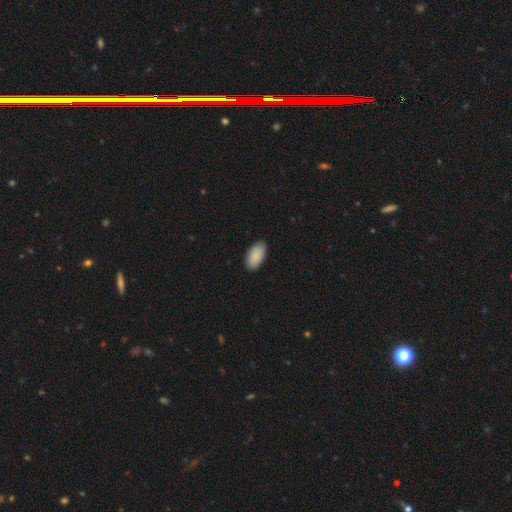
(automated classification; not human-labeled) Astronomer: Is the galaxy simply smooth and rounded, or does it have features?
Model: smooth — 90%.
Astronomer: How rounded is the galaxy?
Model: in between — 95%.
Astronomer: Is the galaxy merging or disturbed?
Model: none — 89%.